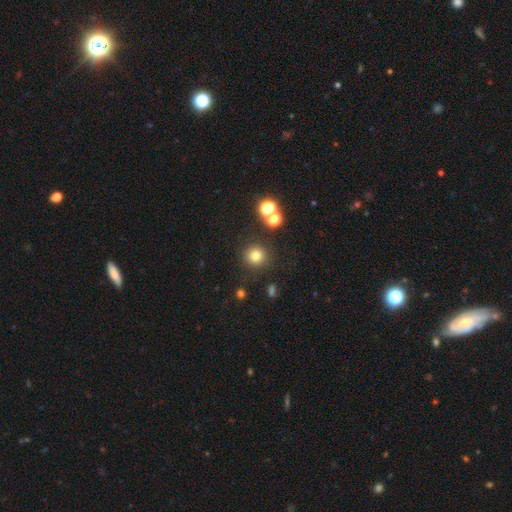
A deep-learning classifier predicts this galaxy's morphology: Smooth or featured? Predicted: smooth (p=0.76). How rounded? Predicted: round (p=0.94). Merging? Predicted: none (p=0.87).